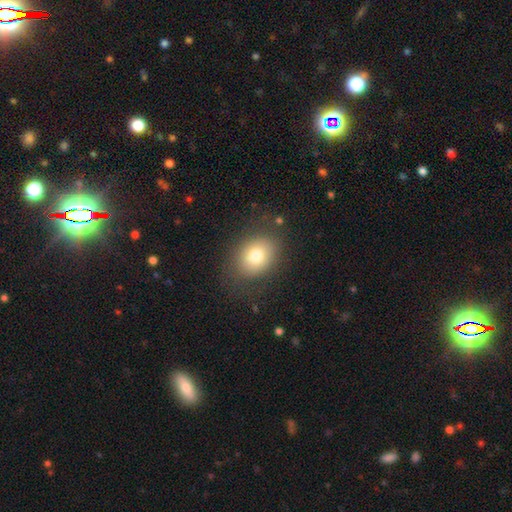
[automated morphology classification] smooth_or_featured: smooth (p=0.76) [alt: featured or disk p=0.13]
how_rounded: in between (p=0.54) [alt: round p=0.45]
merging: none (p=0.79) [alt: minor disturbance p=0.13]